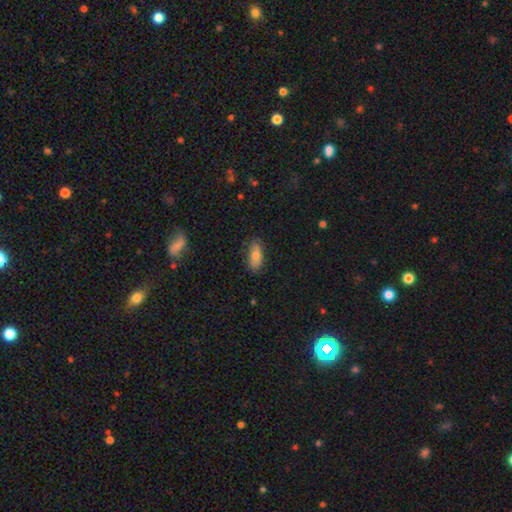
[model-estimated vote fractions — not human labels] Smooth or featured? smooth (70%)
How rounded? in between (85%)
Merging? none (79%)